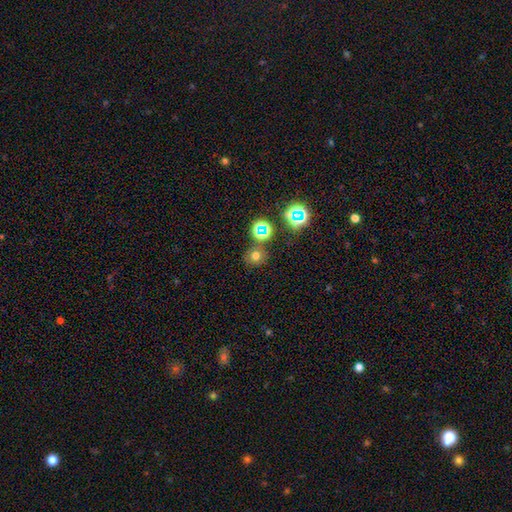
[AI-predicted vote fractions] smooth-or-featured: smooth: 64% | star or artifact: 28% | featured or disk: 9%
  how-rounded: round: 86% | in between: 13% | cigar-shaped: 1%
  merging: none: 78% | merger: 9% | minor disturbance: 9% | major disturbance: 4%